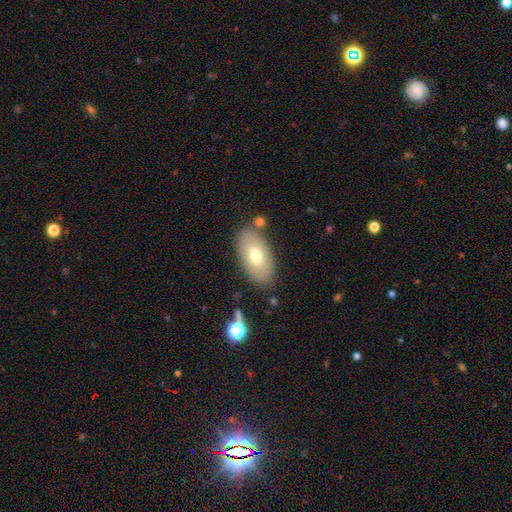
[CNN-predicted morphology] A smooth galaxy with no disk features (70%) that is in between round and cigar-shaped (93%). Merging: none (79%).